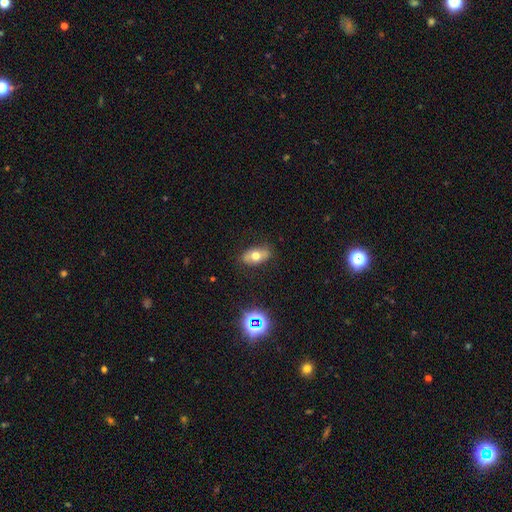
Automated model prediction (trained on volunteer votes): A smooth galaxy with no disk features (60%) that is in between round and cigar-shaped (88%). Merging: none (82%).